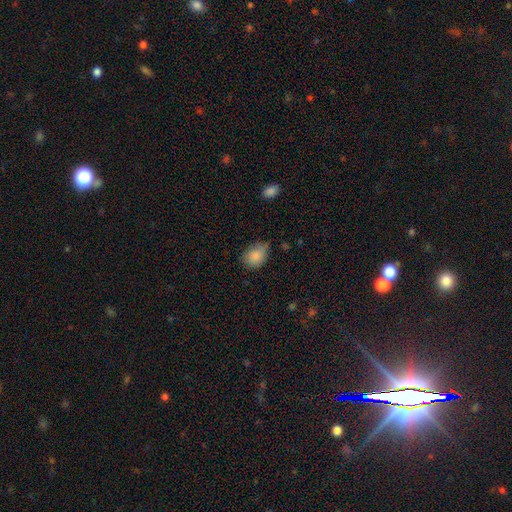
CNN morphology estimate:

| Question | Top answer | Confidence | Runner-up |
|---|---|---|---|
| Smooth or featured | smooth | 85% | star or artifact (8%) |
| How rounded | in between | 59% | round (40%) |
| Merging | none | 61% | minor disturbance (31%) |